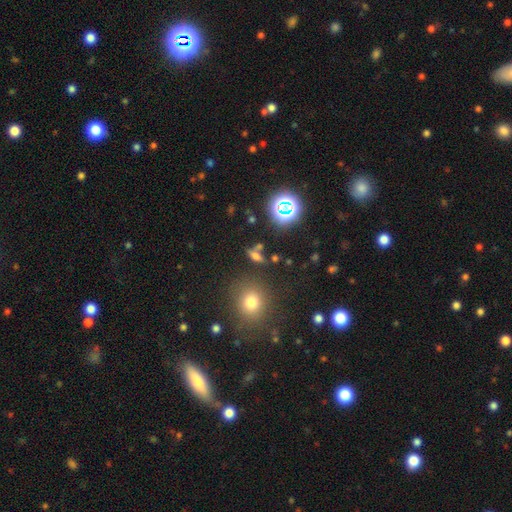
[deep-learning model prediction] Smooth or featured: smooth — 53% (star or artifact — 30%)
How rounded: in between — 49% (cigar-shaped — 29%)
Merging: none — 63% (merger — 17%)